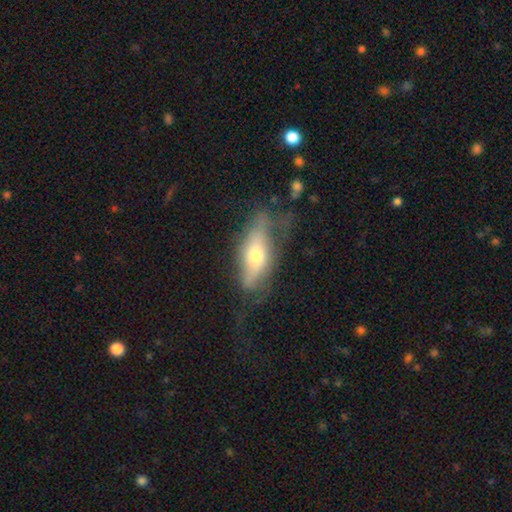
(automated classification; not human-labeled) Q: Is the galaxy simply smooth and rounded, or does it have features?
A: featured or disk — 47%.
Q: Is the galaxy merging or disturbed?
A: none — 45%.